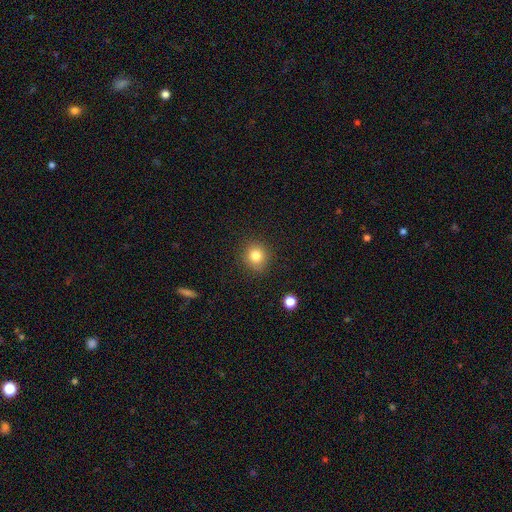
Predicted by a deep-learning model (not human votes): Overall: smooth (82%). How rounded: round (89%). Merging: none (88%).